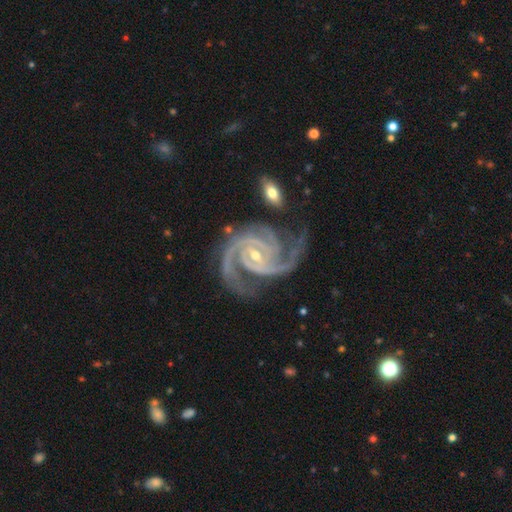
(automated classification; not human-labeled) smooth_or_featured: featured or disk (p=0.94) [alt: star or artifact p=0.04]
disk_edge_on: no (p=0.98) [alt: yes p=0.02]
bar: weak (p=0.43) [alt: no p=0.32]
has_spiral_arms: yes (p=0.99) [alt: no p=0.01]
spiral_winding: tight (p=0.52) [alt: medium p=0.42]
spiral_arm_count: 3 (p=0.45) [alt: 2 p=0.31]
bulge_size: small (p=0.57) [alt: moderate p=0.40]
merging: none (p=0.61) [alt: minor disturbance p=0.21]